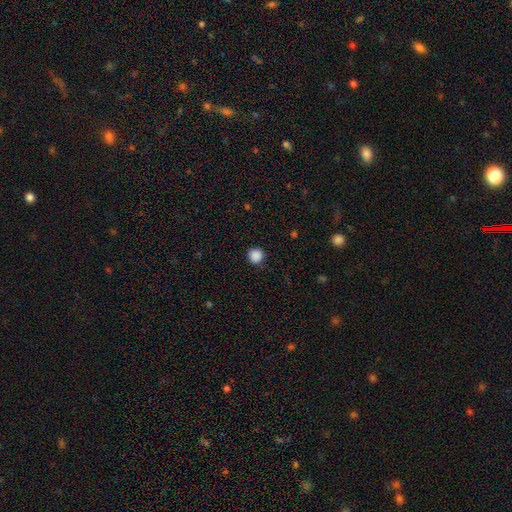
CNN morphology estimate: Smooth or featured? Predicted: smooth (p=0.88). How rounded? Predicted: round (p=0.94). Merging? Predicted: none (p=0.90).